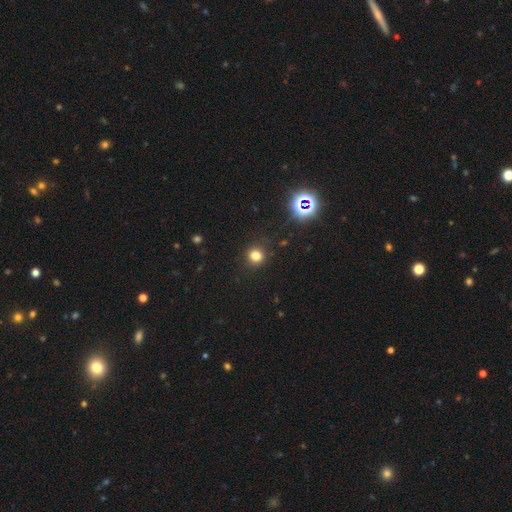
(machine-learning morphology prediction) smooth_or_featured: smooth (p=0.77) [alt: star or artifact p=0.18]
how_rounded: round (p=0.89) [alt: in between p=0.10]
merging: none (p=0.90) [alt: minor disturbance p=0.07]